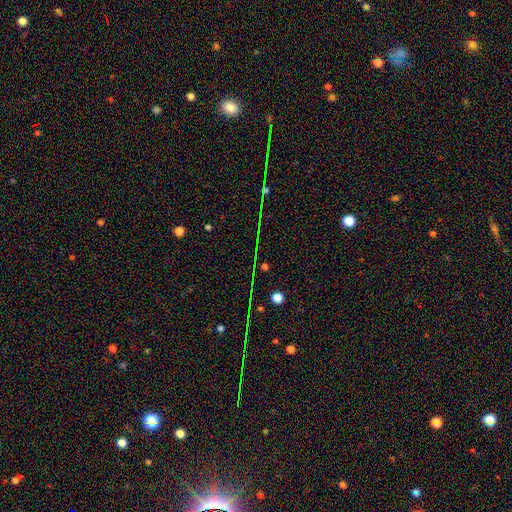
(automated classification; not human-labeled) star or artifact 79%, smooth 12%, featured or disk 9%.